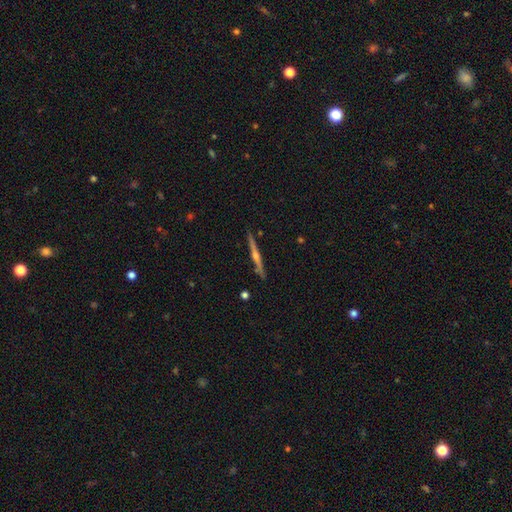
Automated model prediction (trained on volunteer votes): Q: Smooth or featured?
A: featured or disk (76%); runner-up: smooth (18%)
Q: Edge-on disk?
A: yes (98%); runner-up: no (2%)
Q: Edge-on bulge?
A: rounded (85%); runner-up: none (11%)
Q: Merging?
A: none (90%); runner-up: minor disturbance (7%)